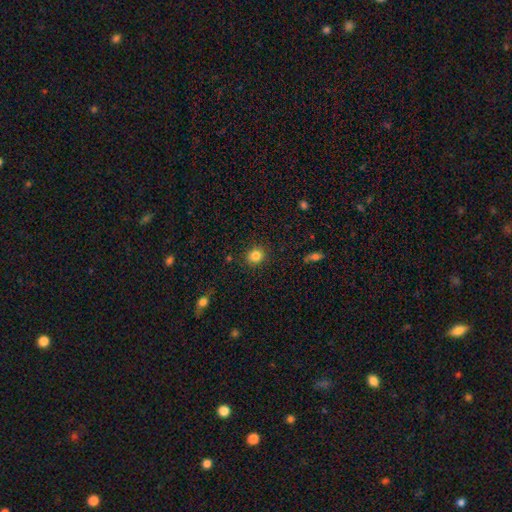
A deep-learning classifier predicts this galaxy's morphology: smooth-or-featured: smooth: 84% | star or artifact: 11% | featured or disk: 5%
  how-rounded: round: 82% | in between: 17% | cigar-shaped: 1%
  merging: none: 89% | minor disturbance: 8% | major disturbance: 2% | merger: 1%